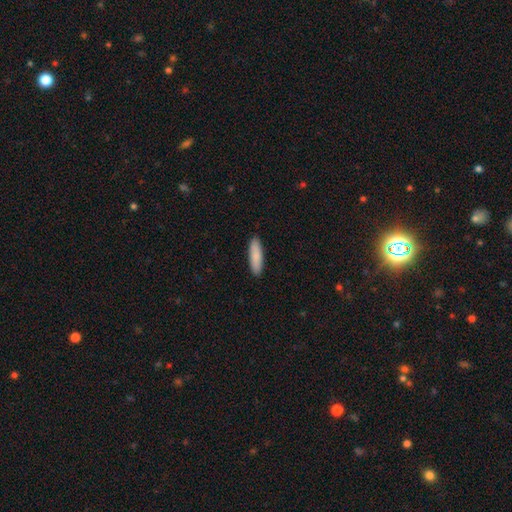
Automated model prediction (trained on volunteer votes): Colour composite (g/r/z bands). It shows a smooth galaxy with no disk features (87%) that is cigar-shaped (70%). Merging: none (91%).